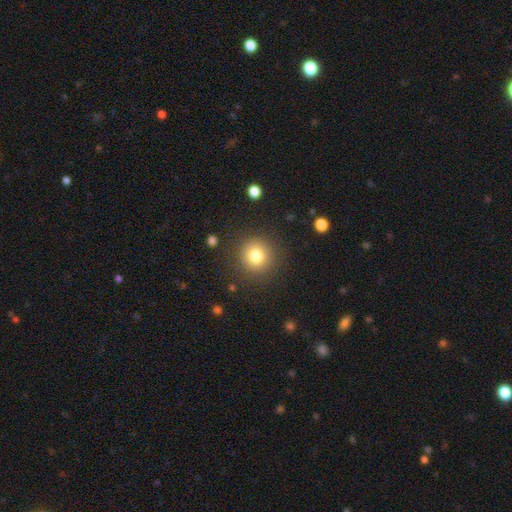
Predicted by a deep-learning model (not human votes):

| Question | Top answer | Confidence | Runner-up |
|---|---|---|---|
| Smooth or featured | smooth | 79% | star or artifact (12%) |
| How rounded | round | 93% | in between (6%) |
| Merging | none | 87% | minor disturbance (7%) |